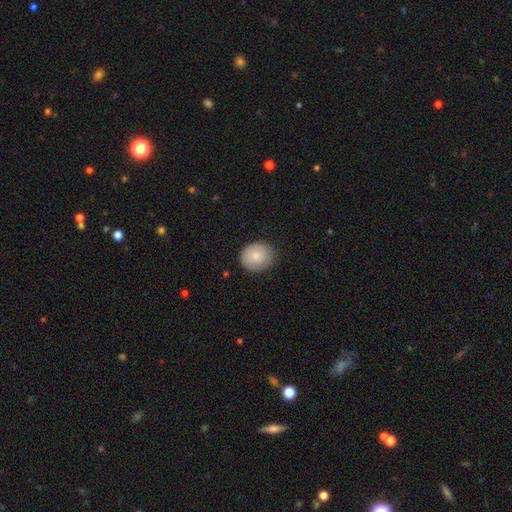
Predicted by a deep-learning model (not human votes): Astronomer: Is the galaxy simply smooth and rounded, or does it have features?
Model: smooth — 84%.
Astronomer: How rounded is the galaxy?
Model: round — 74%.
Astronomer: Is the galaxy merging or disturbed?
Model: none — 84%.